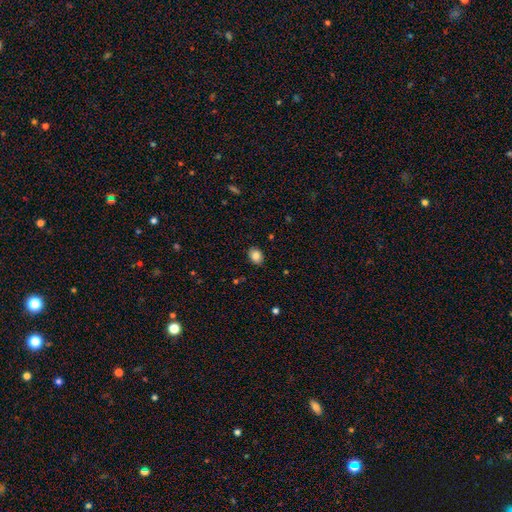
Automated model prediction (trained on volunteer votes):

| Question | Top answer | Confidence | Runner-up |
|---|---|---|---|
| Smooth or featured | smooth | 84% | star or artifact (9%) |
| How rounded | in between | 58% | round (41%) |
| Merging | none | 87% | minor disturbance (10%) |